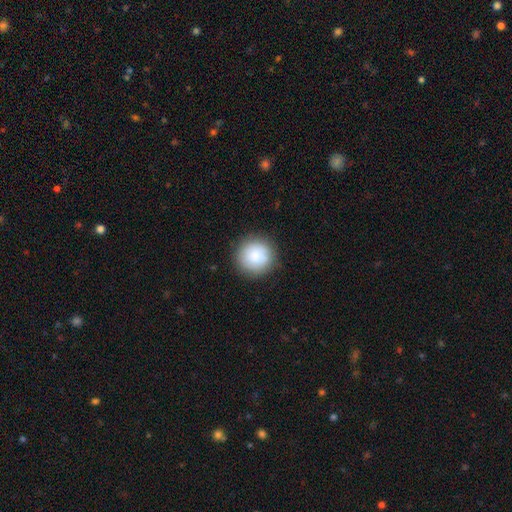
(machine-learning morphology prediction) Q: Smooth or featured?
A: smooth (84%); runner-up: star or artifact (8%)
Q: How rounded?
A: round (94%); runner-up: in between (5%)
Q: Merging?
A: none (87%); runner-up: minor disturbance (9%)